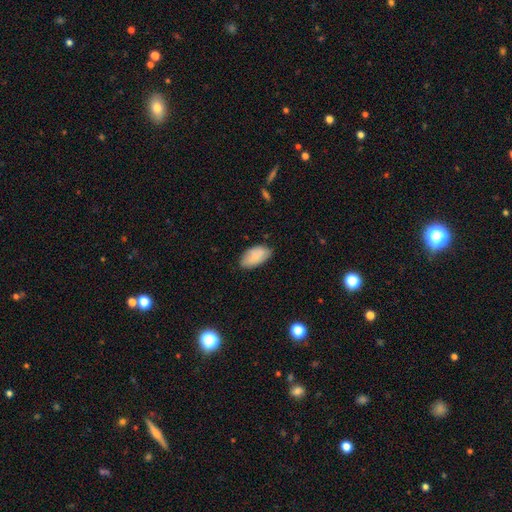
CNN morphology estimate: This appears to be a smooth galaxy with no disk features (81%) that is in between round and cigar-shaped (95%). Merging: none (75%).